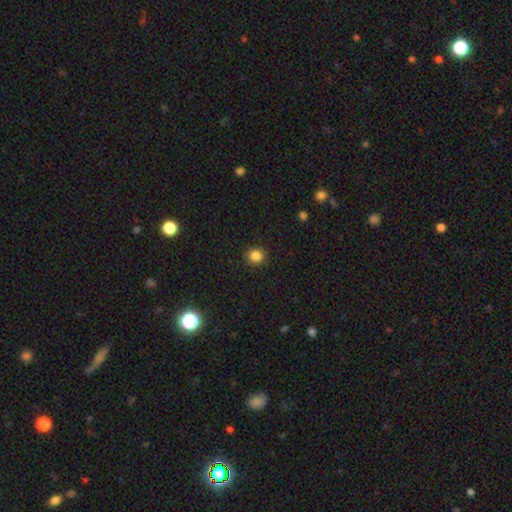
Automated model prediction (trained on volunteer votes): This is clearly a smooth galaxy (85%). How rounded: clearly round (89%). Merging: clearly none (92%).